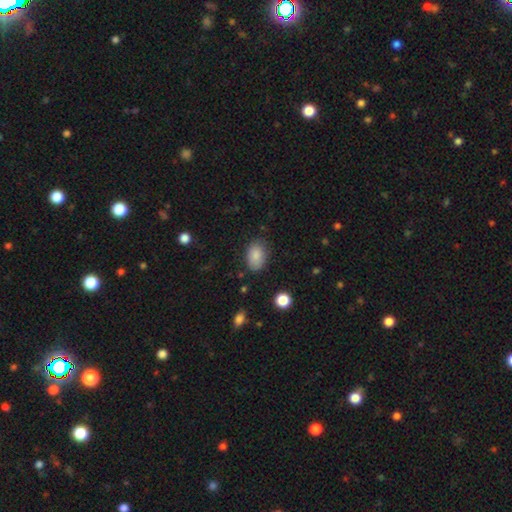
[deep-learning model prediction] Smooth or featured? Predicted: smooth (p=0.86). How rounded? Predicted: in between (p=0.86). Merging? Predicted: none (p=0.76).